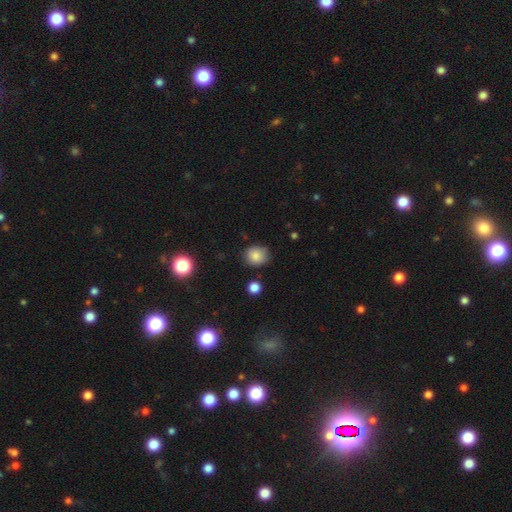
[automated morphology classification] The model was most divided on "how rounded": round: 76%, in between: 23%, cigar-shaped: 1%. More confident: smooth or featured — smooth (84%); merging — none (79%).